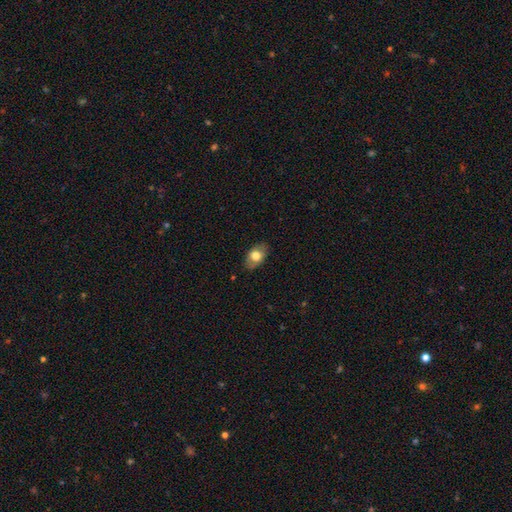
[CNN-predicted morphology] smooth-or-featured: smooth: 72% | featured or disk: 20% | star or artifact: 7%
  how-rounded: in between: 88% | round: 11% | cigar-shaped: 2%
  merging: none: 82% | minor disturbance: 14% | major disturbance: 3% | merger: 1%